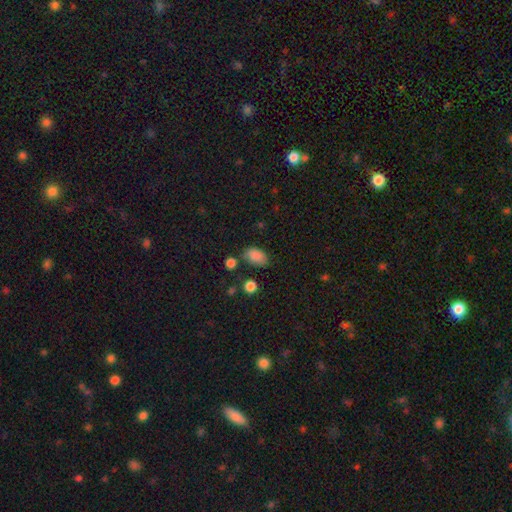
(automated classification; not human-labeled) Morphology: type=smooth (86%); roundness=in between (88%); merging=none (67%).